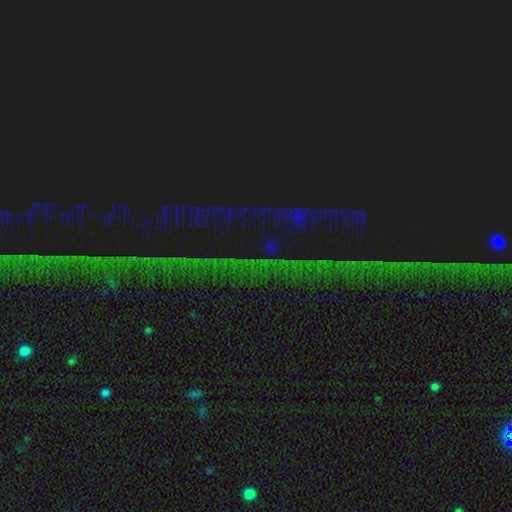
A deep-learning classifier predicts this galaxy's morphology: smooth-or-featured: star or artifact: 87% | featured or disk: 7% | smooth: 6%